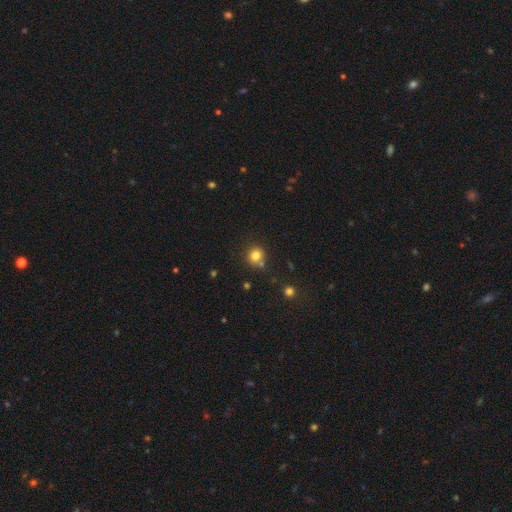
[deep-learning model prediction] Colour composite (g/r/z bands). It shows a smooth galaxy with no disk features (81%) that is round (90%). Merging: none (76%).